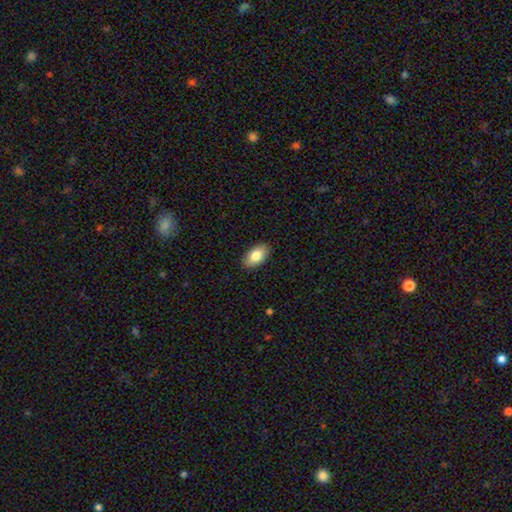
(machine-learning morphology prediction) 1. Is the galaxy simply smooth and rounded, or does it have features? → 82% smooth, 12% featured or disk, 6% star or artifact.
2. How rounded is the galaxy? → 94% in between, 5% round, 2% cigar-shaped.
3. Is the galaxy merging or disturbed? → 89% none, 8% minor disturbance, 2% major disturbance, 1% merger.